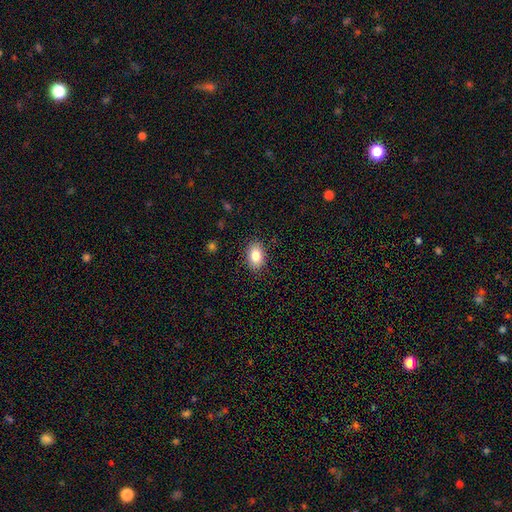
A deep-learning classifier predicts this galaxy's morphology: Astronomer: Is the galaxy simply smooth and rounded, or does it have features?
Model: smooth — 83%.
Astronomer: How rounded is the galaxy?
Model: in between — 83%.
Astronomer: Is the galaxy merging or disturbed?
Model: none — 87%.